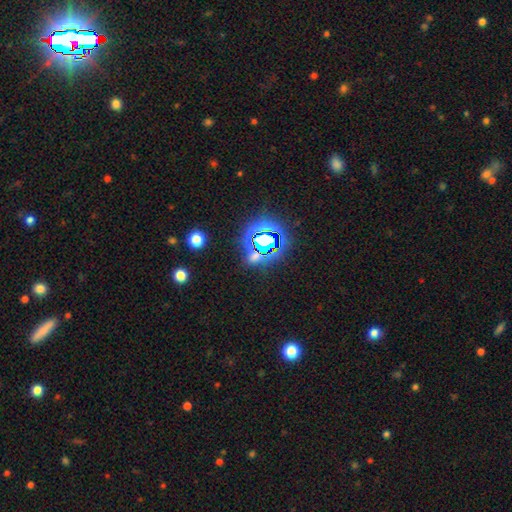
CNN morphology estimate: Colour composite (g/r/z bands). It shows a star or artifact, not a galaxy (68%).